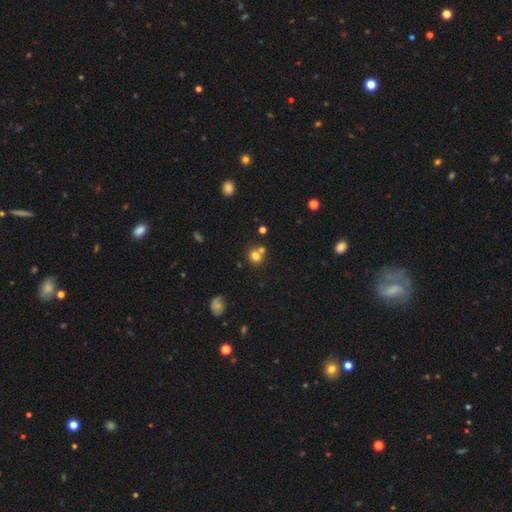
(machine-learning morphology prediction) type=smooth (75%); roundness=round (84%); merging=none (56%).